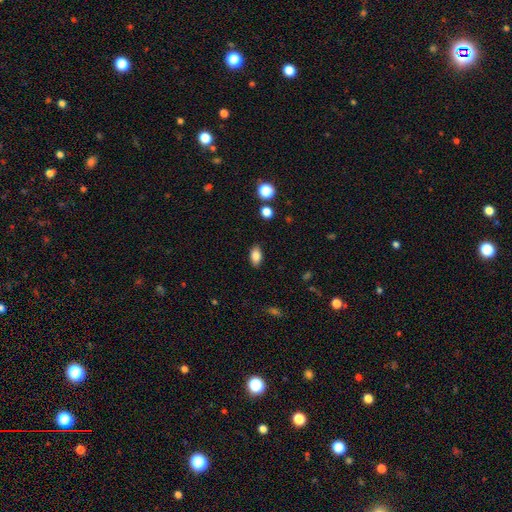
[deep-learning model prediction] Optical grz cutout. It shows a smooth galaxy with no disk features (83%) that is in between round and cigar-shaped (89%). Merging: none (87%).